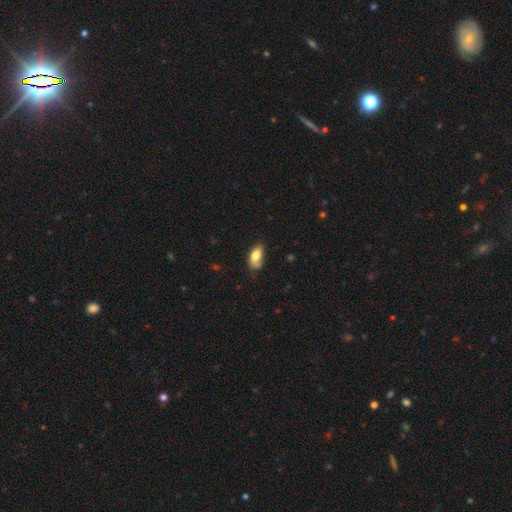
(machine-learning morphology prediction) smooth 78%, featured or disk 15%, star or artifact 7%. Down the decision tree: how rounded — in between (91%); merging — none (52%).